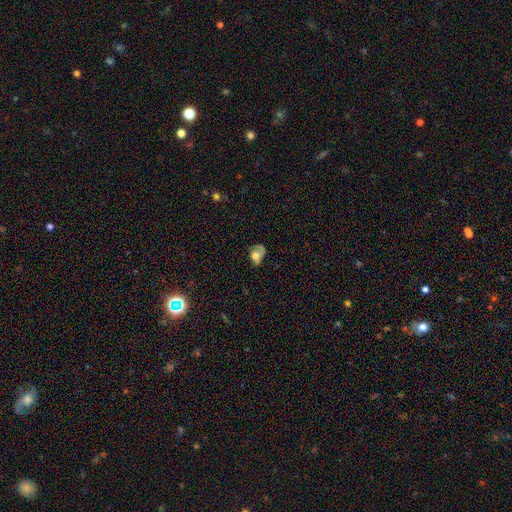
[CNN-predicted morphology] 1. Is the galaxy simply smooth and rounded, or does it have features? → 56% smooth, 34% featured or disk, 11% star or artifact.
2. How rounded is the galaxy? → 67% in between, 32% round, 2% cigar-shaped.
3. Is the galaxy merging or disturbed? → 39% major disturbance, 29% minor disturbance, 27% none, 6% merger.